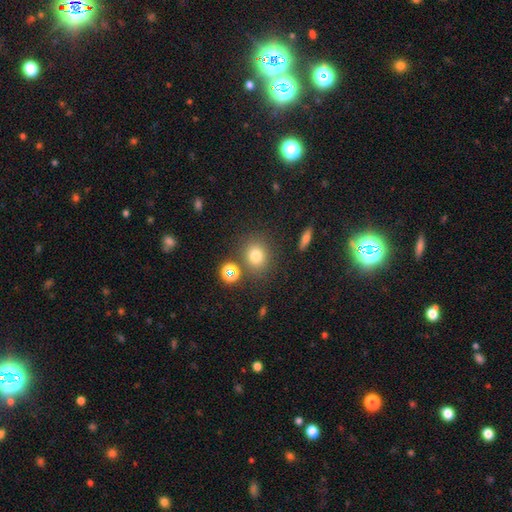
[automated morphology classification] smooth 75%, star or artifact 16%, featured or disk 9%. Down the decision tree: how rounded — round (72%); merging — none (80%).